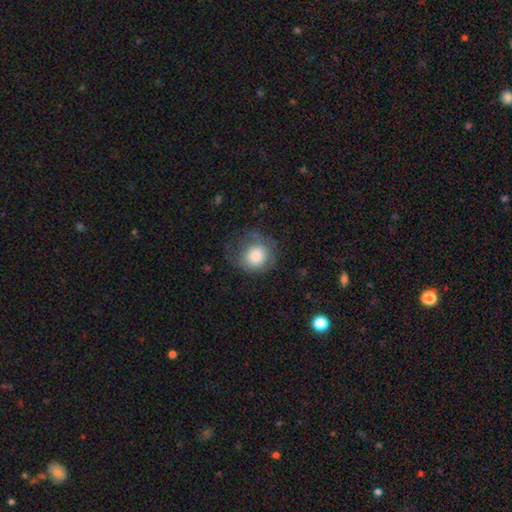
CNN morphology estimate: smooth 74%, featured or disk 18%, star or artifact 8%. Down the decision tree: how rounded — round (84%); merging — none (52%).